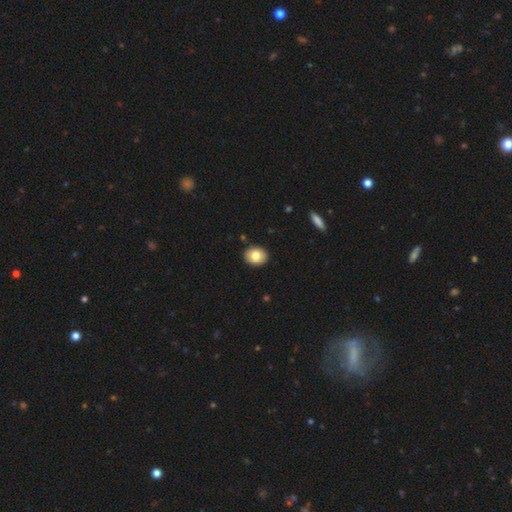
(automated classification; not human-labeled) The model was most divided on "how rounded": in between: 52%, round: 47%, cigar-shaped: 1%. More confident: merging — none (89%); smooth or featured — smooth (79%).